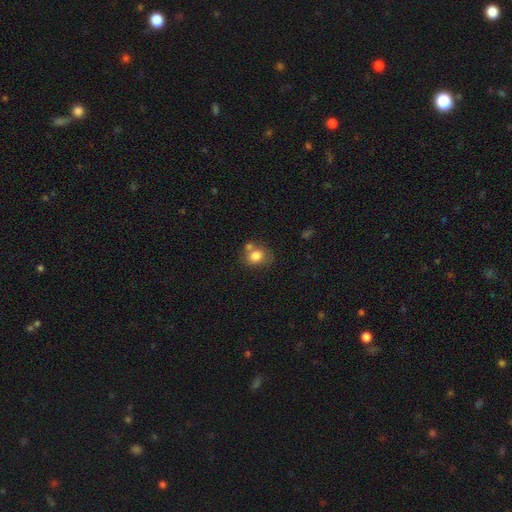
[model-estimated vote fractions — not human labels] A smooth galaxy with no disk features (80%) that is round (54%). Merging: none (49%).